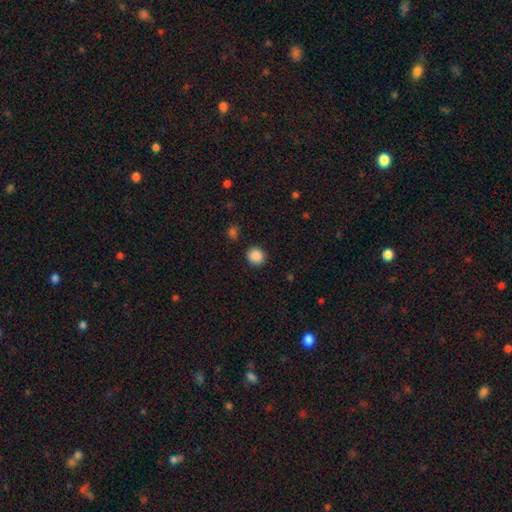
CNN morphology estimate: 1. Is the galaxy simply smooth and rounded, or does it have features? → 88% smooth, 9% star or artifact, 2% featured or disk.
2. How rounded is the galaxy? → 89% round, 11% in between, 1% cigar-shaped.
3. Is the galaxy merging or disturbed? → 89% none, 7% minor disturbance, 2% major disturbance, 2% merger.